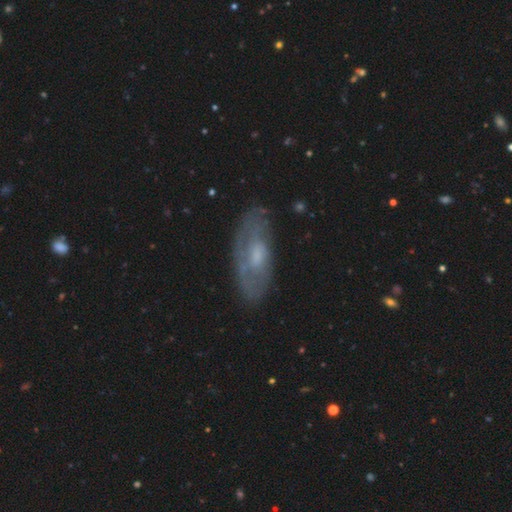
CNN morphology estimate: Smooth or featured: featured or disk — 58% (smooth — 35%)
Edge-on disk: no — 83% (yes — 17%)
Merging: none — 70% (minor disturbance — 20%)